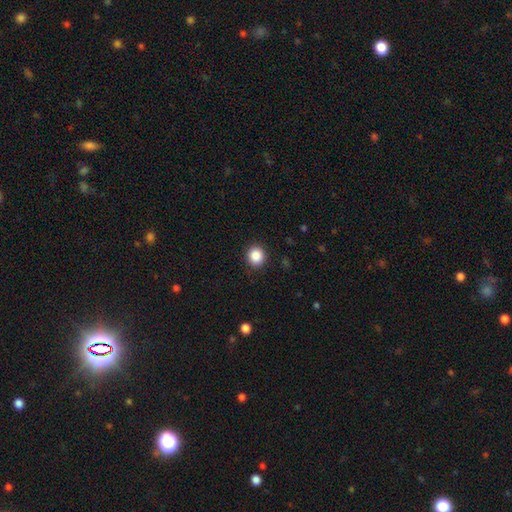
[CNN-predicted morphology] Smooth or featured? Predicted: smooth (p=0.88). How rounded? Predicted: round (p=0.88). Merging? Predicted: none (p=0.90).